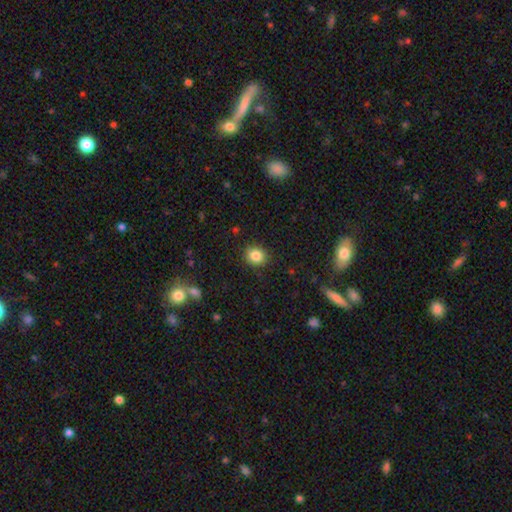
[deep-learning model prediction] Morphology: type=smooth (85%); roundness=round (76%); merging=none (88%).